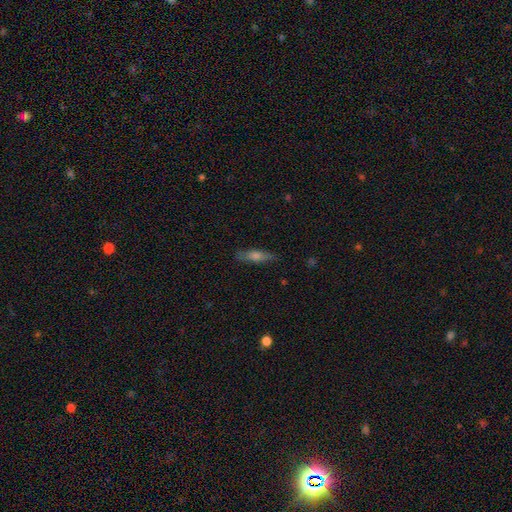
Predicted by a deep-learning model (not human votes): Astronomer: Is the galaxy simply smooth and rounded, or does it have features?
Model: smooth — 51% (runner-up: featured or disk, 40%).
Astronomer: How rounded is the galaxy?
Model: cigar-shaped — 74%.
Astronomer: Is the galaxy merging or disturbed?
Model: none — 84%.